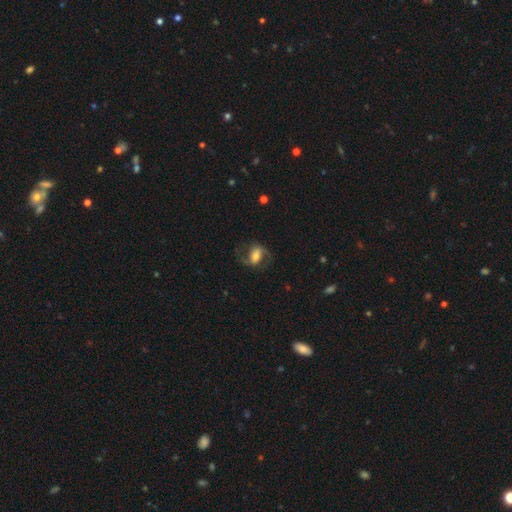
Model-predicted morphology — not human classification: Smooth or featured? Predicted: featured or disk (p=0.64). Edge-on disk? Predicted: no (p=0.95). Bar? Predicted: strong (p=0.38). Spiral arms? Predicted: yes (p=0.88). Spiral winding? Predicted: medium (p=0.47). Spiral arm count? Predicted: 2 (p=0.88). Bulge size? Predicted: moderate (p=0.52). Merging? Predicted: none (p=0.67).